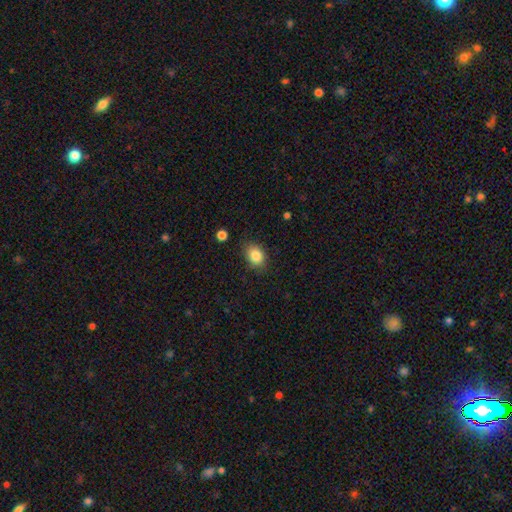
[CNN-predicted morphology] This is clearly a smooth galaxy (85%). How rounded: likely in between (67%). Merging: clearly none (81%).